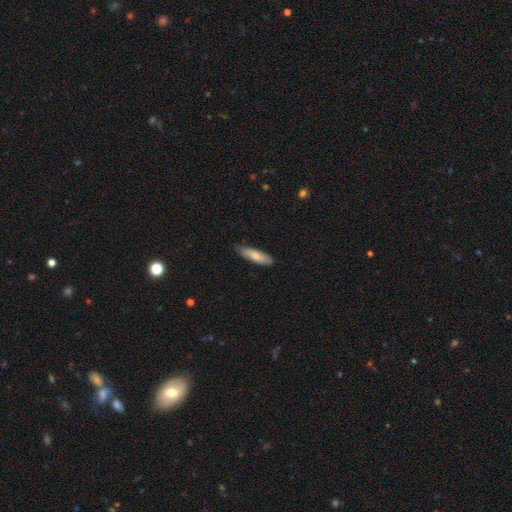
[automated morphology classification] A smooth galaxy with no disk features (79%) that is cigar-shaped (64%). Merging: none (82%).